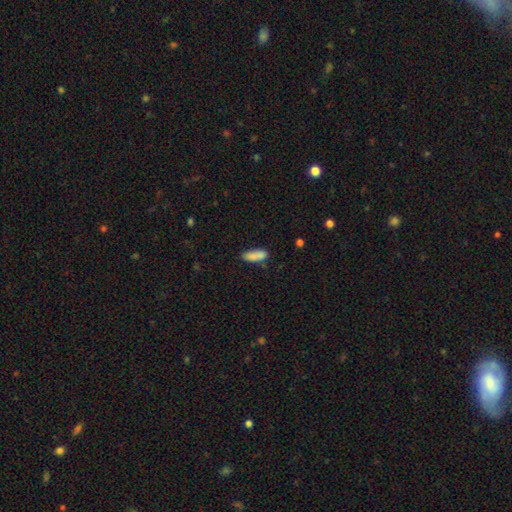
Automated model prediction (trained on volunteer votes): smooth 87%, star or artifact 7%, featured or disk 6%. Down the decision tree: how rounded — in between (61%); merging — none (77%).